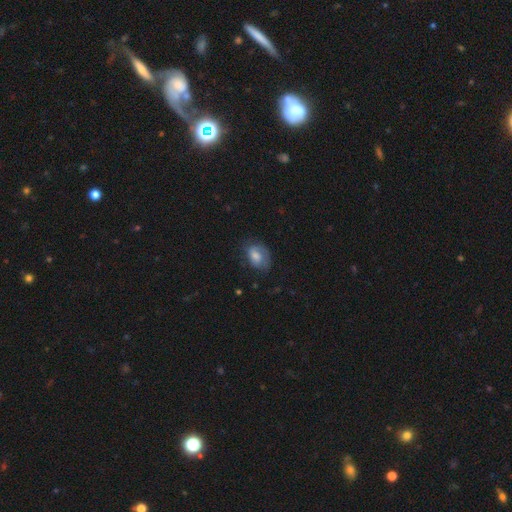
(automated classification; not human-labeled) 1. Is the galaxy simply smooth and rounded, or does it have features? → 53% smooth, 38% featured or disk, 9% star or artifact.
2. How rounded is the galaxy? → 73% in between, 25% round, 1% cigar-shaped.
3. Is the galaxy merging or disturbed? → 60% none, 26% minor disturbance, 13% major disturbance, 2% merger.